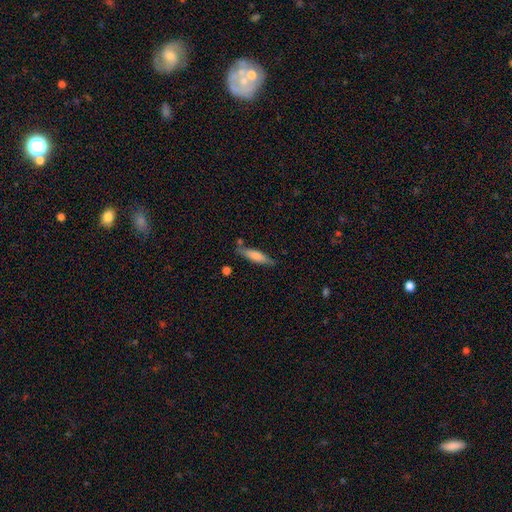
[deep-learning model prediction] Smooth or featured? smooth (70%)
How rounded? cigar-shaped (72%)
Merging? none (71%)